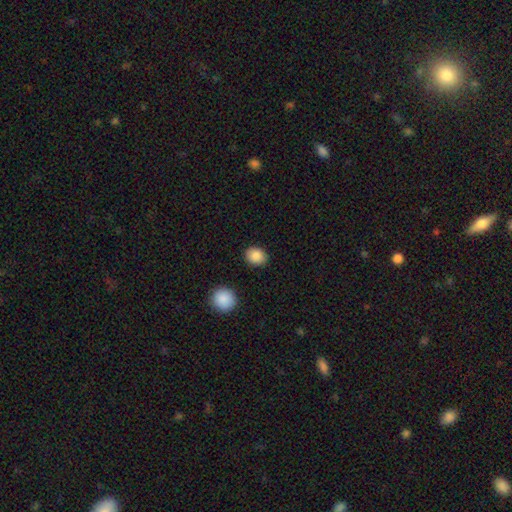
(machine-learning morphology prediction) Smooth or featured? Predicted: smooth (p=0.88). How rounded? Predicted: round (p=0.52). Merging? Predicted: none (p=0.88).